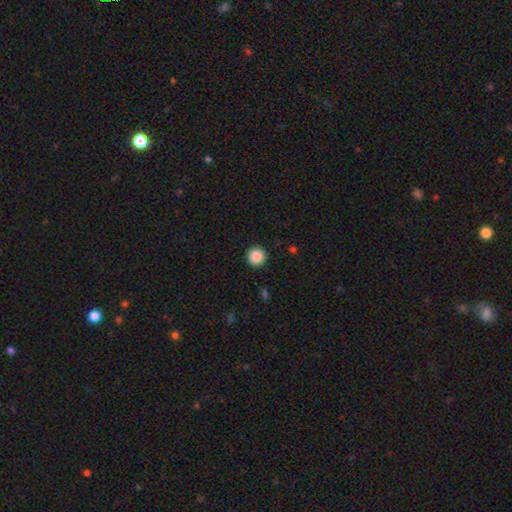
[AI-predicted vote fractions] This is clearly a smooth galaxy (87%). How rounded: clearly round (96%). Merging: clearly none (93%).